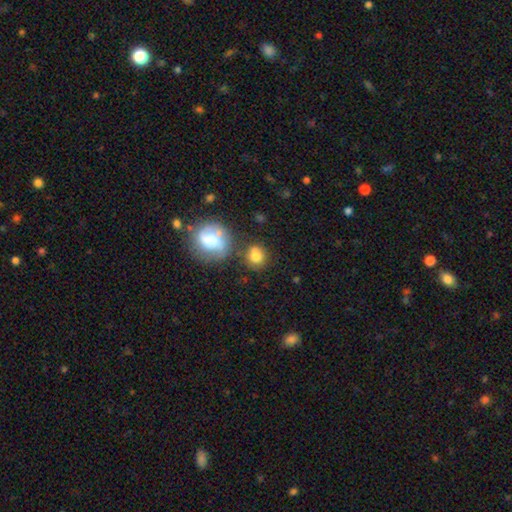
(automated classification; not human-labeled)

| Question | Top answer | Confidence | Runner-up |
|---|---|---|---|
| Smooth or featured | smooth | 77% | featured or disk (13%) |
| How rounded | round | 72% | in between (27%) |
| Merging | none | 59% | merger (18%) |